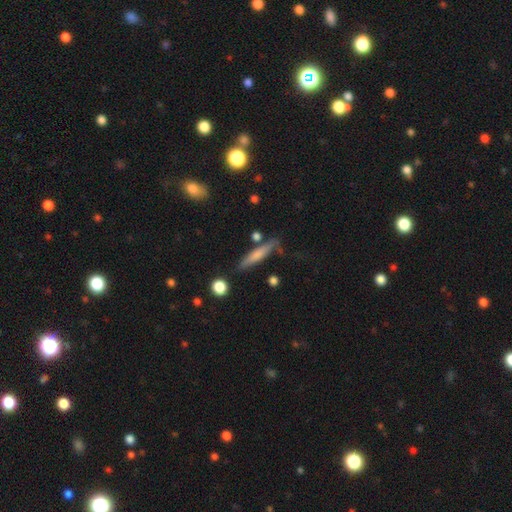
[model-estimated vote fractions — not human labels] Smooth or featured?
  - smooth: 58% *
  - featured or disk: 35%
  - star or artifact: 7%
How rounded?
  - cigar-shaped: 89% *
  - in between: 9%
  - round: 2%
Merging?
  - none: 75% *
  - minor disturbance: 16%
  - merger: 5%
  - major disturbance: 4%